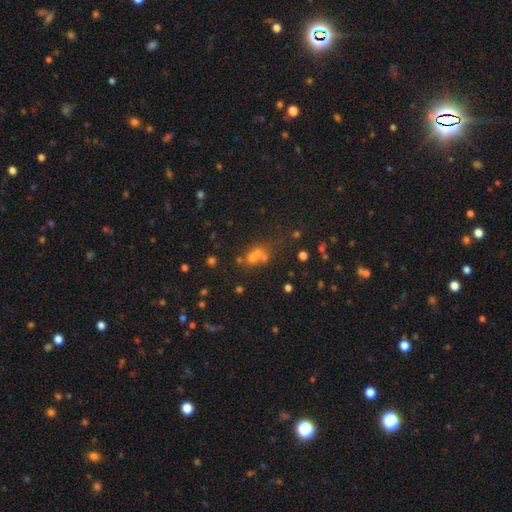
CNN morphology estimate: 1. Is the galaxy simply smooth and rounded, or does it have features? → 54% smooth, 25% star or artifact, 21% featured or disk.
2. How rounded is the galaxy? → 65% round, 34% in between, 2% cigar-shaped.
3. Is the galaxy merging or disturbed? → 52% merger, 33% none, 9% minor disturbance, 6% major disturbance.